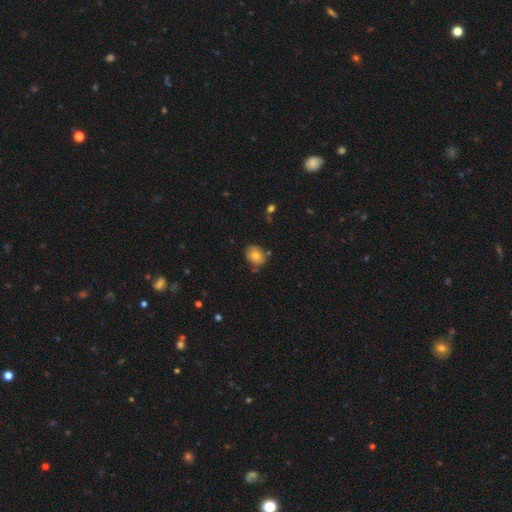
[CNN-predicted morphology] smooth_or_featured: smooth (p=0.76) [alt: featured or disk p=0.15]
how_rounded: in between (p=0.54) [alt: round p=0.45]
merging: none (p=0.73) [alt: minor disturbance p=0.18]